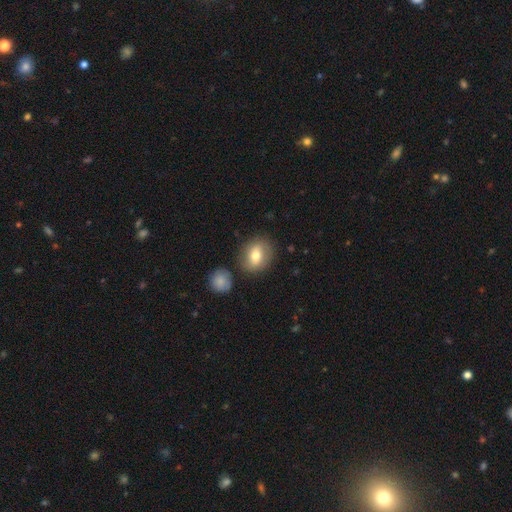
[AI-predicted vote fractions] Smooth or featured? smooth (70%)
How rounded? round (55%)
Merging? none (80%)